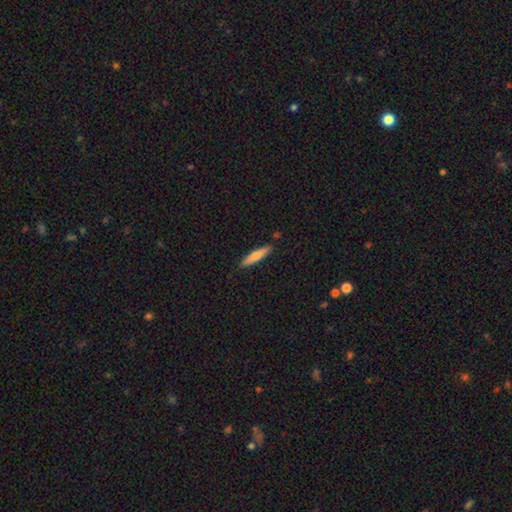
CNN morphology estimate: The model was most divided on "smooth or featured": smooth: 67%, featured or disk: 28%, star or artifact: 6%. More confident: merging — none (89%); how rounded — cigar-shaped (87%).